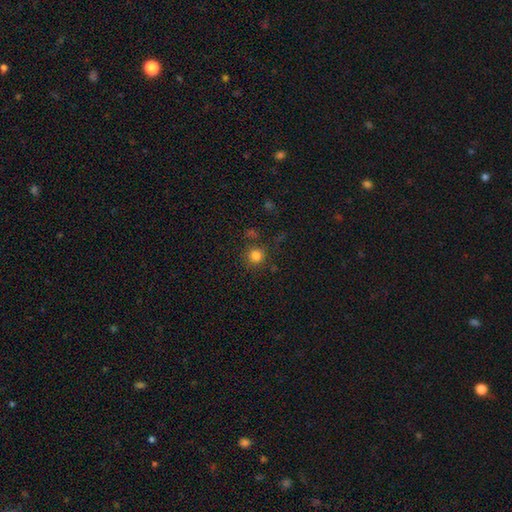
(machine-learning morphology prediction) Smooth or featured? smooth (81%)
How rounded? round (93%)
Merging? none (80%)